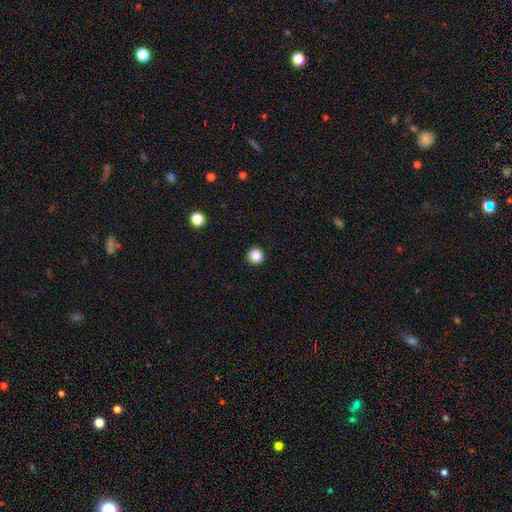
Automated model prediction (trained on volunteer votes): smooth 86%, star or artifact 11%, featured or disk 3%. Down the decision tree: how rounded — round (96%); merging — none (93%).